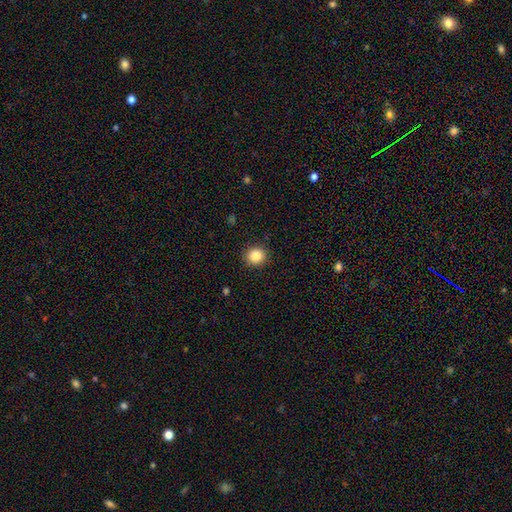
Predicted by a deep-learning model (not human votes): This appears to be a smooth galaxy with no disk features (86%) that is round (87%). Merging: none (90%).